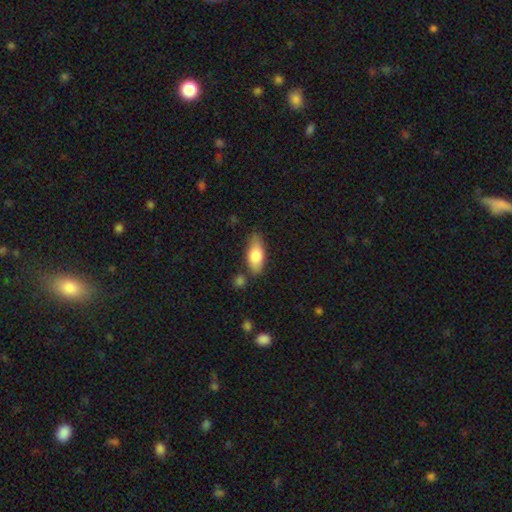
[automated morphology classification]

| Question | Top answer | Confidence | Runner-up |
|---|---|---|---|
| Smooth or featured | smooth | 74% | featured or disk (20%) |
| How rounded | in between | 78% | cigar-shaped (19%) |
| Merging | none | 76% | minor disturbance (16%) |